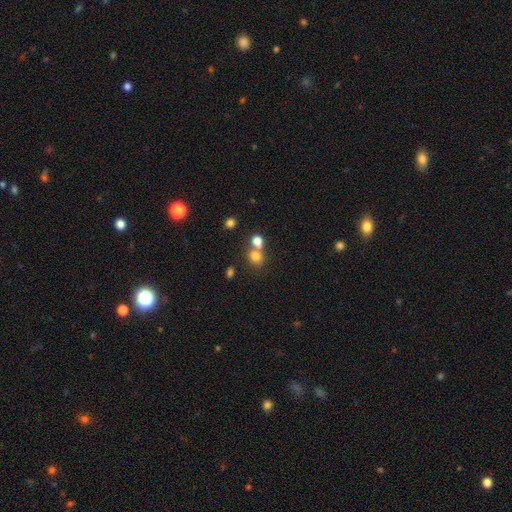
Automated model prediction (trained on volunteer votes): A smooth galaxy with no disk features (75%) that is round (74%). Merging: merger (45%).